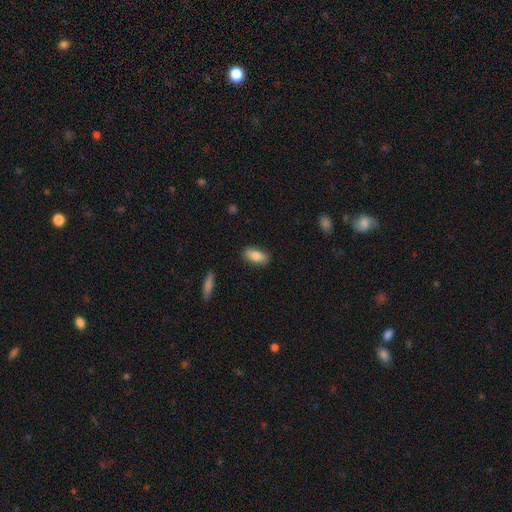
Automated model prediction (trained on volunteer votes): Morphology: type=smooth (83%); roundness=in between (86%); merging=none (86%).